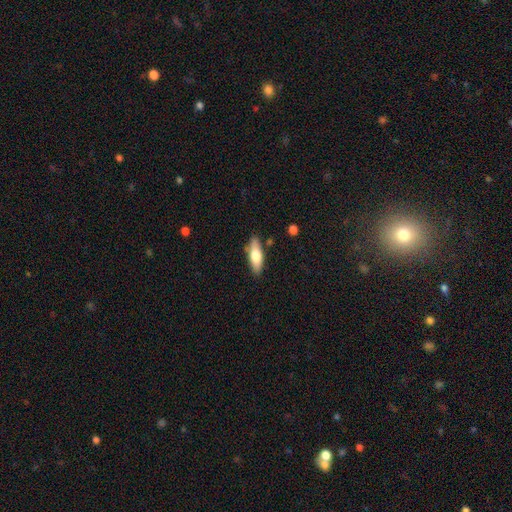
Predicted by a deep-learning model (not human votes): Q: Smooth or featured?
A: smooth (65%); runner-up: featured or disk (29%)
Q: How rounded?
A: in between (56%); runner-up: cigar-shaped (42%)
Q: Merging?
A: none (82%); runner-up: minor disturbance (13%)